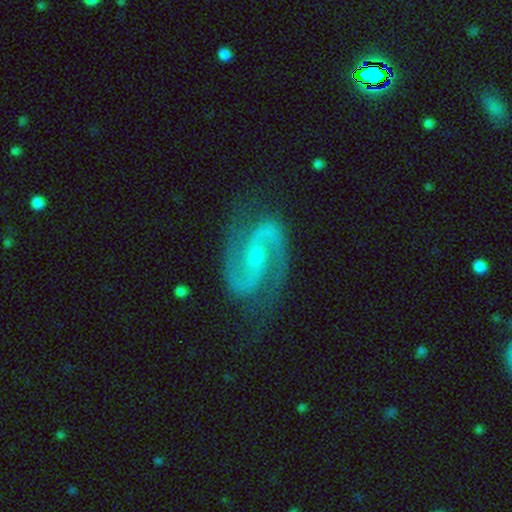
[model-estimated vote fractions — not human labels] The model was most divided on "bar": weak: 47%, no: 36%, strong: 17%. More confident: spiral arms — yes (98%); edge-on disk — no (98%); spiral arm count — 2 (94%); smooth or featured — featured or disk (93%); merging — none (77%); spiral winding — medium (63%); bulge size — small (53%).